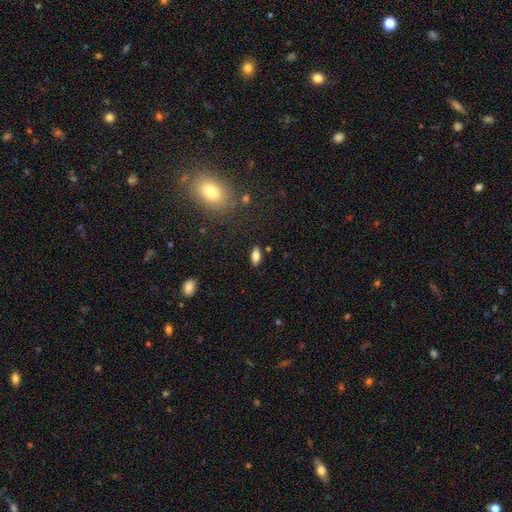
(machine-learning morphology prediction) A smooth galaxy with no disk features (78%) that is in between round and cigar-shaped (85%). Merging: none (86%).